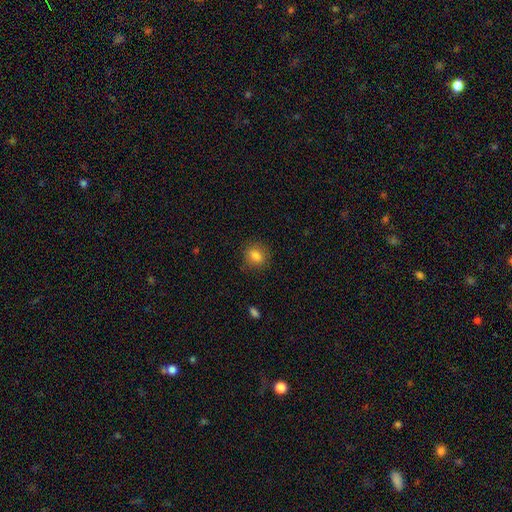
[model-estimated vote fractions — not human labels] A smooth galaxy with no disk features (83%) that is round (57%).

Vote fractions:
- Smooth or featured? smooth: 83% / star or artifact: 10% / featured or disk: 8%
- How rounded? round: 57% / in between: 42% / cigar-shaped: 1%
- Merging? none: 84% / minor disturbance: 12% / major disturbance: 3% / merger: 1%